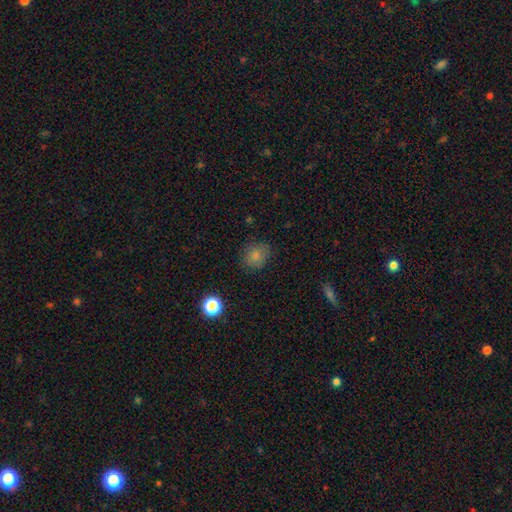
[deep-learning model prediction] Overall: smooth (80%). How rounded: round (67%; in between 33%). Merging: none (77%).